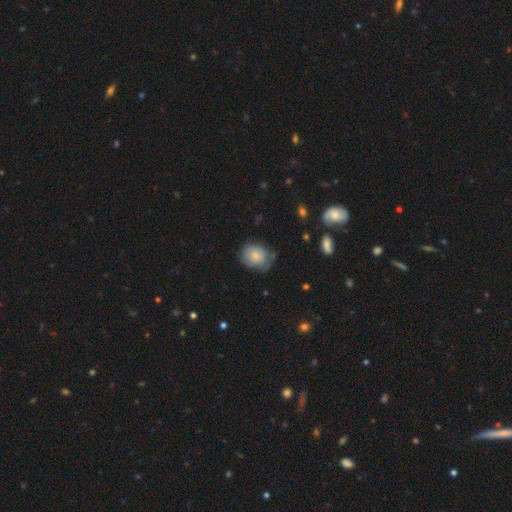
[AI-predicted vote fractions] Smooth or featured?
  - smooth: 80% *
  - featured or disk: 13%
  - star or artifact: 7%
How rounded?
  - round: 60% *
  - in between: 39%
  - cigar-shaped: 1%
Merging?
  - none: 60% *
  - minor disturbance: 30%
  - major disturbance: 8%
  - merger: 2%